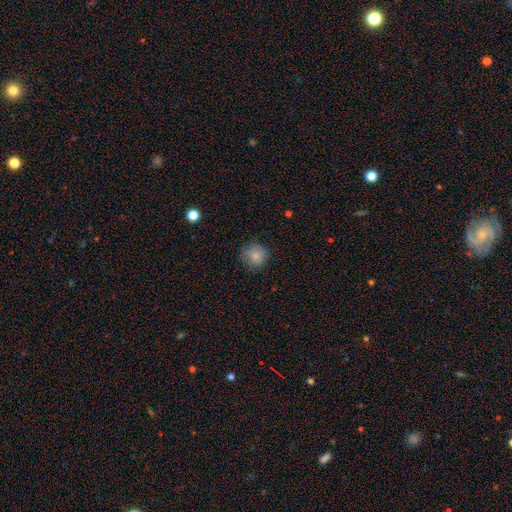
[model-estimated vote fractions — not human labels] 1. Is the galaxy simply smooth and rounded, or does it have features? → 82% smooth, 10% star or artifact, 8% featured or disk.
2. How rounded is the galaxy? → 91% round, 9% in between, 1% cigar-shaped.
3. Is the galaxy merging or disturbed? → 77% none, 18% minor disturbance, 4% major disturbance, 1% merger.